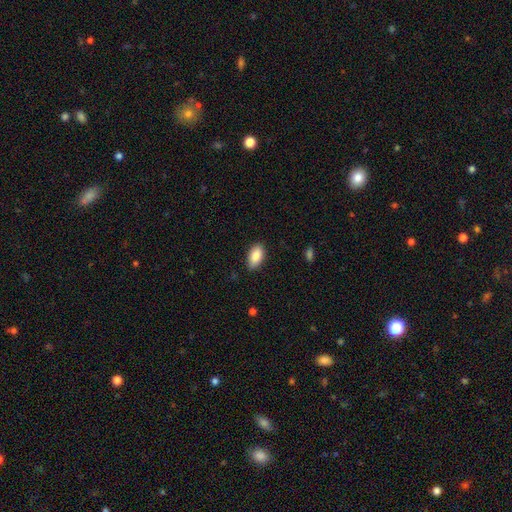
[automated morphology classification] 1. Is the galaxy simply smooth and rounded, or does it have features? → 86% smooth, 7% featured or disk, 7% star or artifact.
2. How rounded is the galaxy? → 93% in between, 4% cigar-shaped, 3% round.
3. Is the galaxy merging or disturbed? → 86% none, 10% minor disturbance, 2% major disturbance, 1% merger.